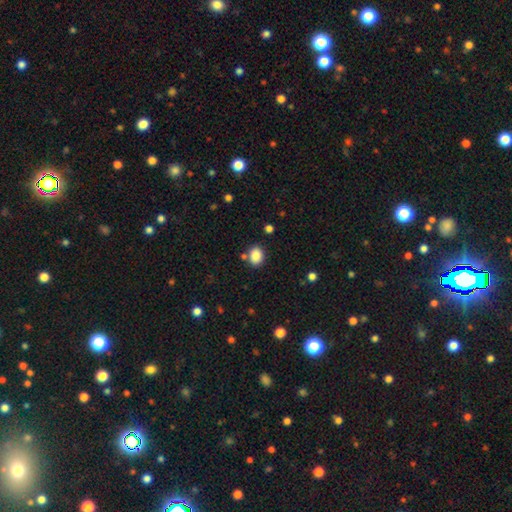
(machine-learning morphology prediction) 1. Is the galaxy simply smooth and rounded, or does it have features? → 87% smooth, 9% star or artifact, 4% featured or disk.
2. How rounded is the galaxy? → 64% in between, 35% round, 1% cigar-shaped.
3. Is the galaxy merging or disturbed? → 79% none, 11% minor disturbance, 7% merger, 3% major disturbance.